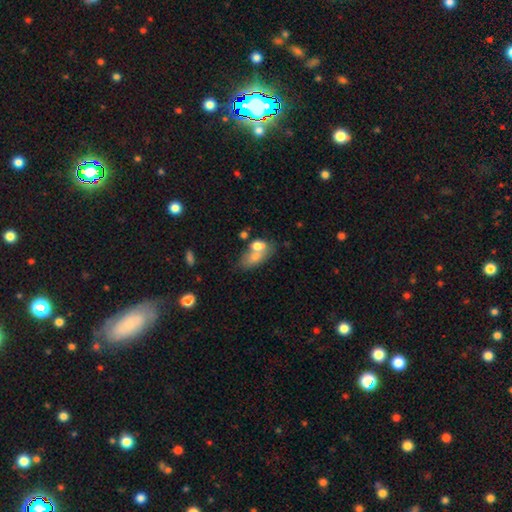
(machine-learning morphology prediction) smooth_or_featured: smooth (p=0.64) [alt: featured or disk p=0.25]
how_rounded: in between (p=0.79) [alt: round p=0.14]
merging: merger (p=0.47) [alt: none p=0.33]